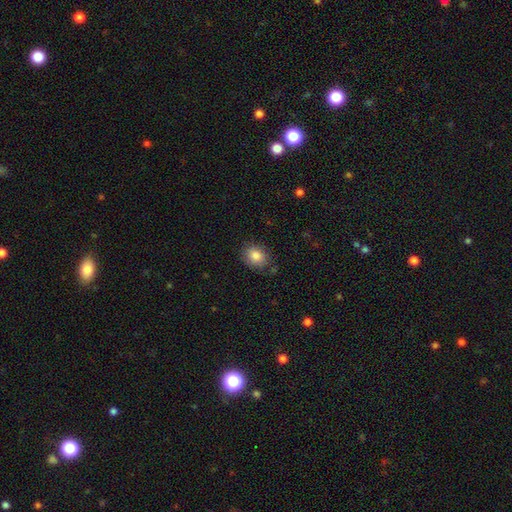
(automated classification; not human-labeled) The model was most divided on "how rounded": in between: 52%, round: 47%, cigar-shaped: 1%. More confident: smooth or featured — smooth (85%); merging — none (81%).